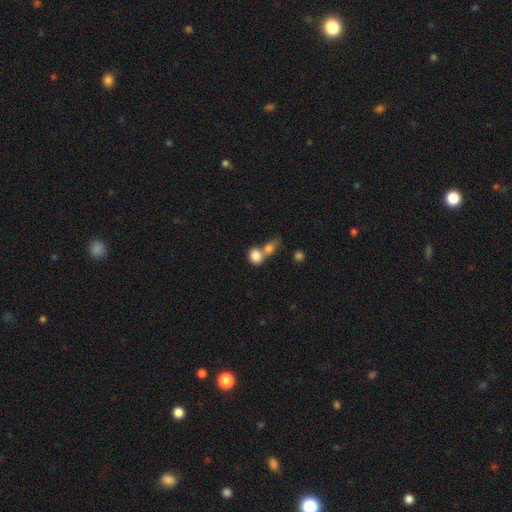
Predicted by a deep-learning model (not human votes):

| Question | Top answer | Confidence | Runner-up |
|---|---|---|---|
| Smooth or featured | smooth | 81% | featured or disk (10%) |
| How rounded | round | 60% | in between (39%) |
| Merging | merger | 61% | none (28%) |